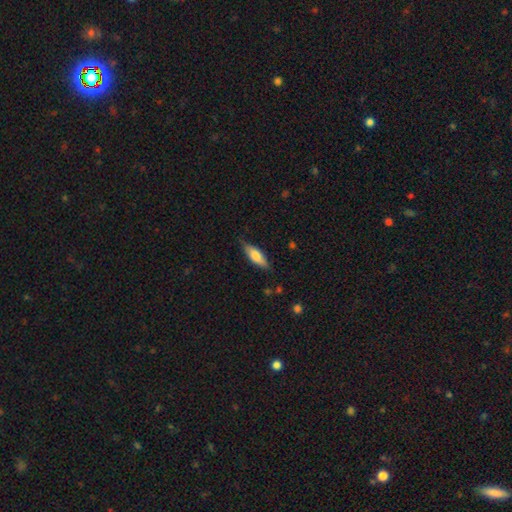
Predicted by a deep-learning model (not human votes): Smooth or featured: smooth — 69% (featured or disk — 25%)
How rounded: in between — 62% (cigar-shaped — 36%)
Merging: none — 78% (minor disturbance — 18%)